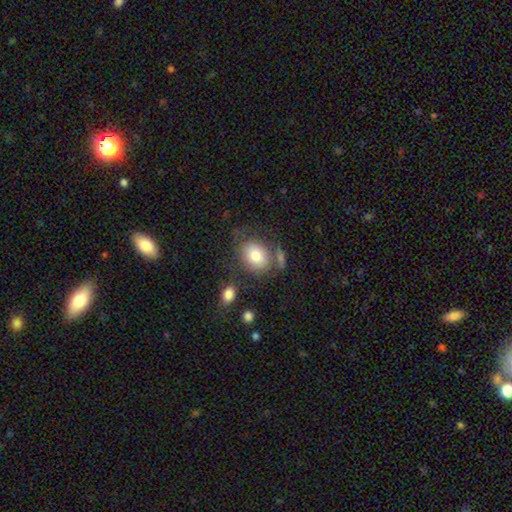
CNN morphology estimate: This appears to be a smooth galaxy with no disk features (79%) that is in between round and cigar-shaped (64%). Merging: none (63%).